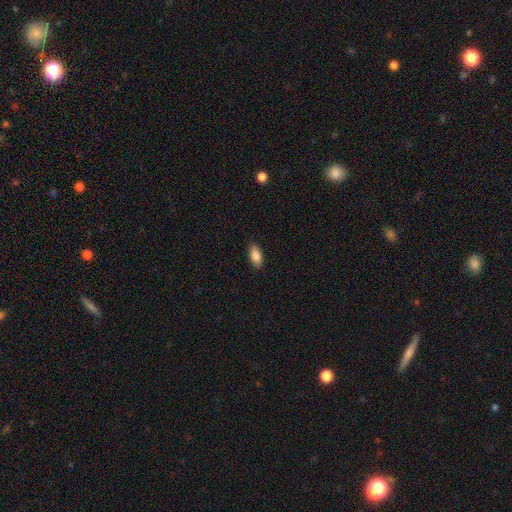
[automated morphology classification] A smooth galaxy with no disk features (86%) that is in between round and cigar-shaped (88%). Merging: none (88%).